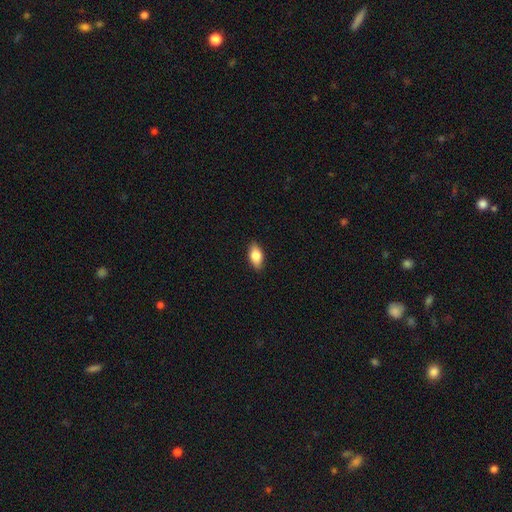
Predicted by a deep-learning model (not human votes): The model was most divided on "smooth or featured": smooth: 80%, featured or disk: 13%, star or artifact: 7%. More confident: how rounded — in between (89%); merging — none (88%).